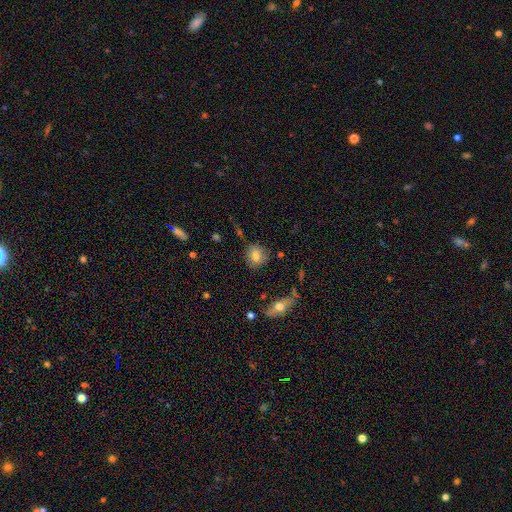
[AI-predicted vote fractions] This appears to be a smooth galaxy with no disk features (74%) that is round (76%). Merging: none (76%).